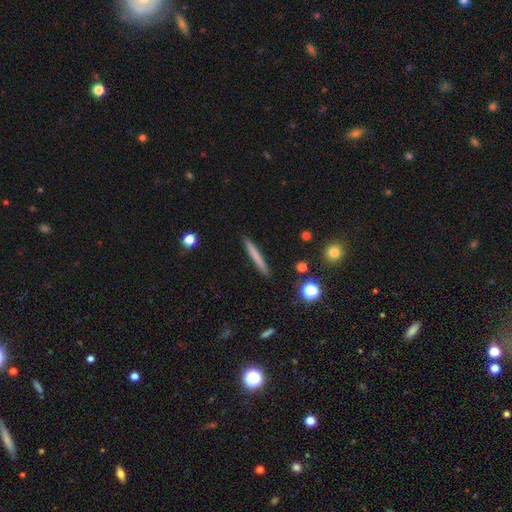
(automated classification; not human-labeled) Overall: smooth (68%). How rounded: cigar-shaped (96%). Merging: none (90%).